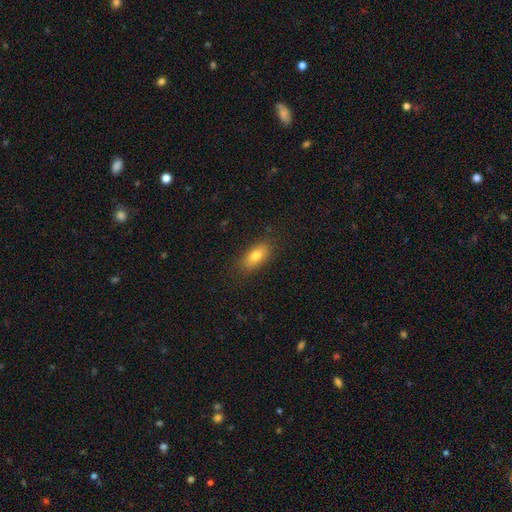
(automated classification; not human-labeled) smooth 79%, featured or disk 13%, star or artifact 8%. Down the decision tree: how rounded — in between (82%); merging — none (86%).